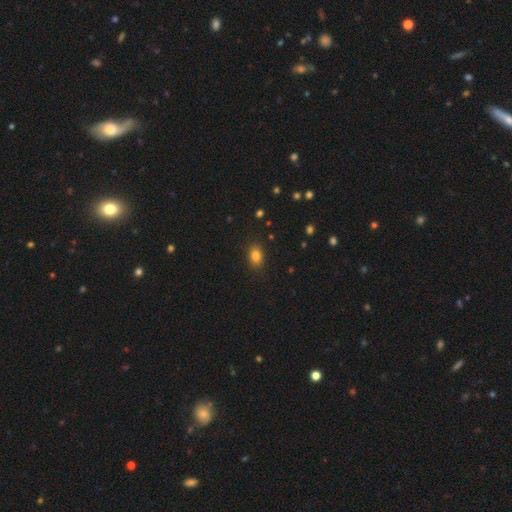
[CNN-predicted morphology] Smooth or featured? Predicted: smooth (p=0.83). How rounded? Predicted: in between (p=0.73). Merging? Predicted: none (p=0.86).